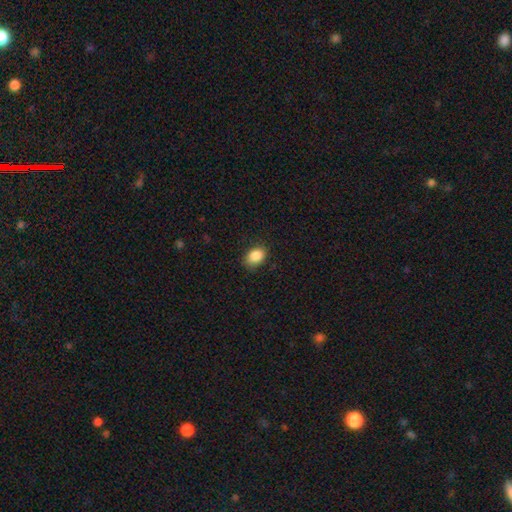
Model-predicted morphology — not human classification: This is clearly a smooth galaxy (87%). How rounded: likely in between (78%). Merging: clearly none (83%).